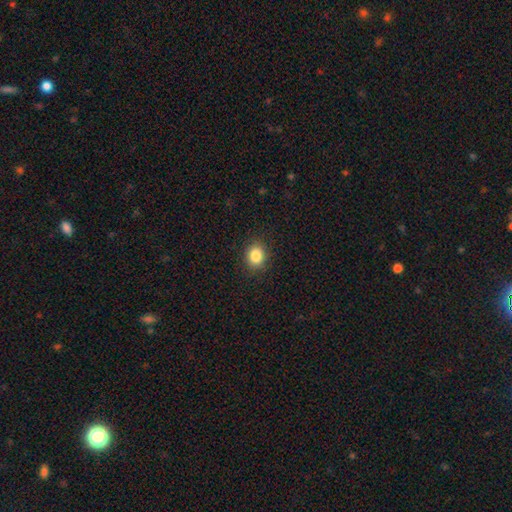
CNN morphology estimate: Smooth or featured? smooth (85%)
How rounded? round (68%)
Merging? none (89%)